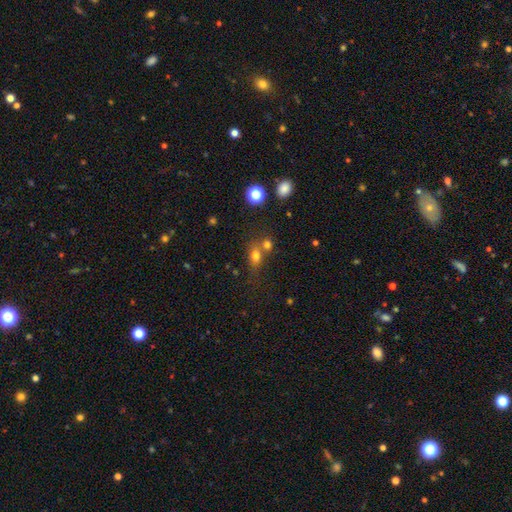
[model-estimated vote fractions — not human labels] A smooth galaxy with no disk features (73%) that is in between round and cigar-shaped (56%).

Vote fractions:
- Smooth or featured? smooth: 73% / star or artifact: 16% / featured or disk: 11%
- How rounded? in between: 56% / round: 41% / cigar-shaped: 3%
- Merging? none: 48% / merger: 33% / minor disturbance: 12% / major disturbance: 6%